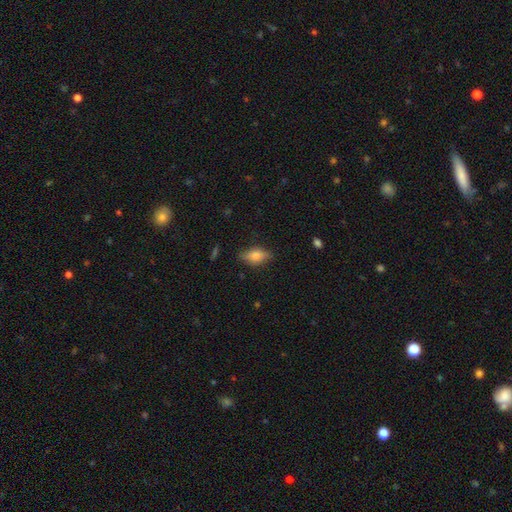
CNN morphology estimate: Smooth or featured: smooth — 67% (featured or disk — 25%)
How rounded: in between — 81% (cigar-shaped — 13%)
Merging: none — 78% (minor disturbance — 17%)